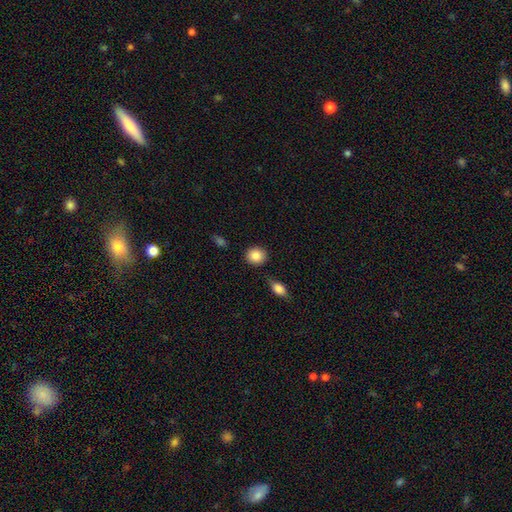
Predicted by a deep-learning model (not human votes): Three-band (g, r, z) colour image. It shows a smooth galaxy with no disk features (86%) that is round (80%). Merging: none (86%).